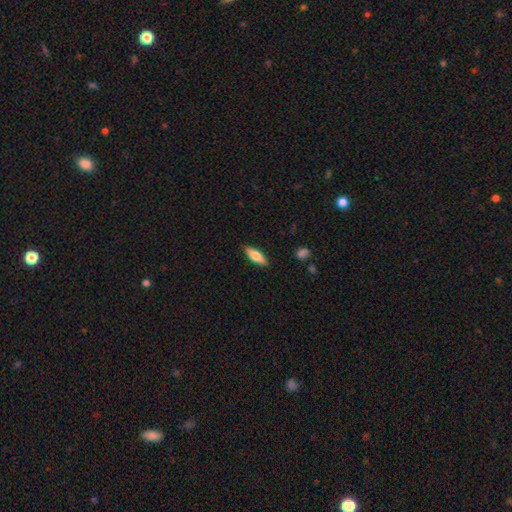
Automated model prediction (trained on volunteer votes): smooth_or_featured: smooth (p=0.65) [alt: featured or disk p=0.29]
how_rounded: in between (p=0.63) [alt: cigar-shaped p=0.35]
merging: none (p=0.87) [alt: minor disturbance p=0.09]